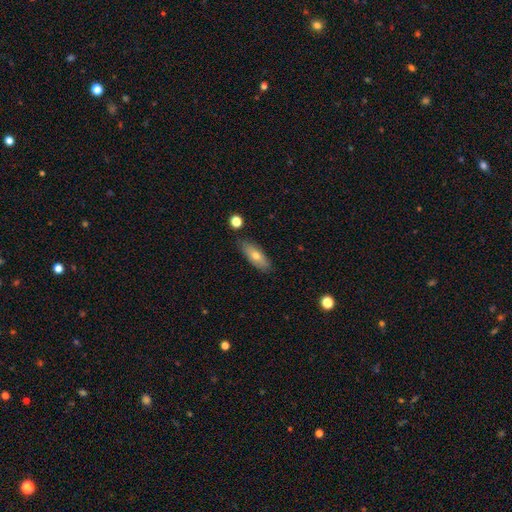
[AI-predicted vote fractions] A smooth galaxy with no disk features (67%) that is in between round and cigar-shaped (69%). Merging: none (80%).